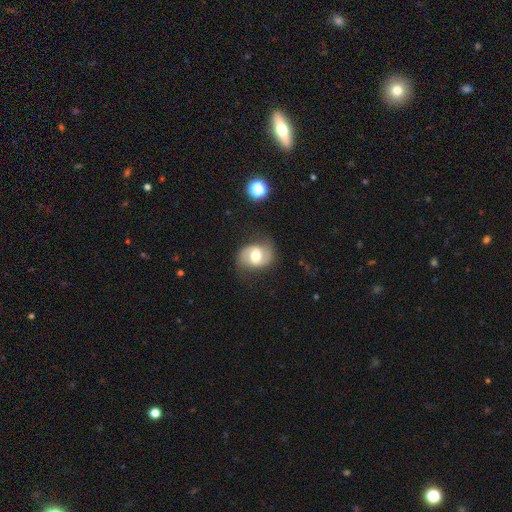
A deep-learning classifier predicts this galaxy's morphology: Overall: featured or disk (65%; smooth 27%). Edge-on disk: no (97%). Bar: weak (45%; no 39%). Spiral arms: yes (86%). Spiral arm count: 2 (89%). Spiral winding: medium (47%; loose 34%). Bulge size: moderate (68%). Merging: none (74%).